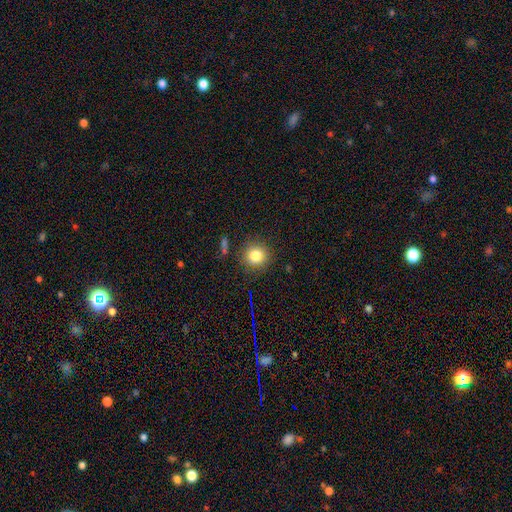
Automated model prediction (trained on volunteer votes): A smooth galaxy with no disk features (80%) that is round (92%). Merging: none (86%).